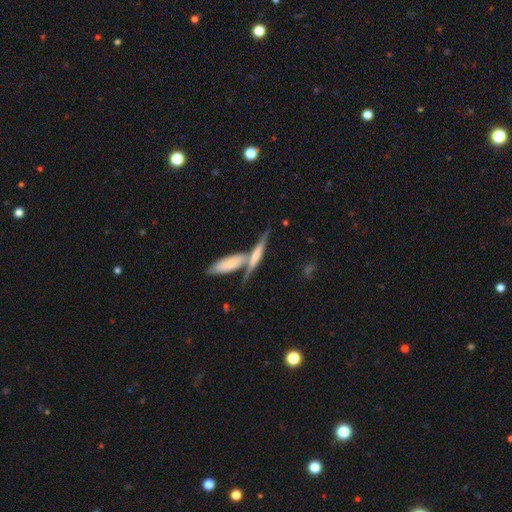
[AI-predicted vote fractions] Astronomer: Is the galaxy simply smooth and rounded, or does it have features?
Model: featured or disk — 54% (runner-up: smooth, 39%).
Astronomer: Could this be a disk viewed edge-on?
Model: yes — 91%.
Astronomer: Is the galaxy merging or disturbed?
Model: none — 48% (runner-up: merger, 38%).